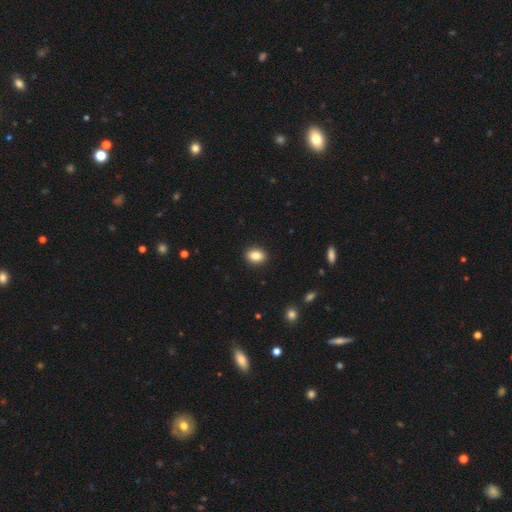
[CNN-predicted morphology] Smooth or featured? smooth (86%)
How rounded? in between (71%)
Merging? none (91%)